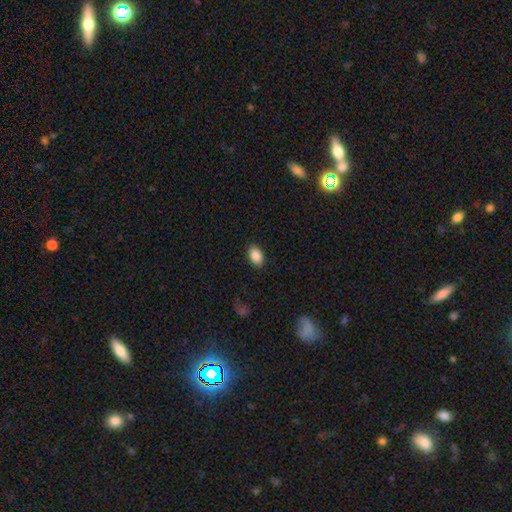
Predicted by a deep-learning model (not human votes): Overall: smooth (88%). How rounded: in between (90%). Merging: none (88%).